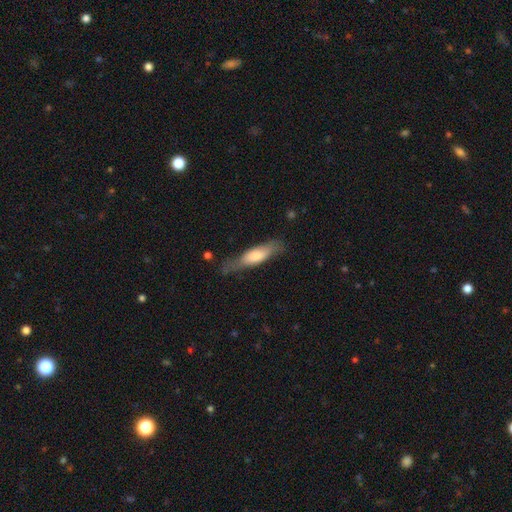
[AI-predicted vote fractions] Smooth or featured? smooth (64%)
How rounded? cigar-shaped (56%)
Merging? none (60%)